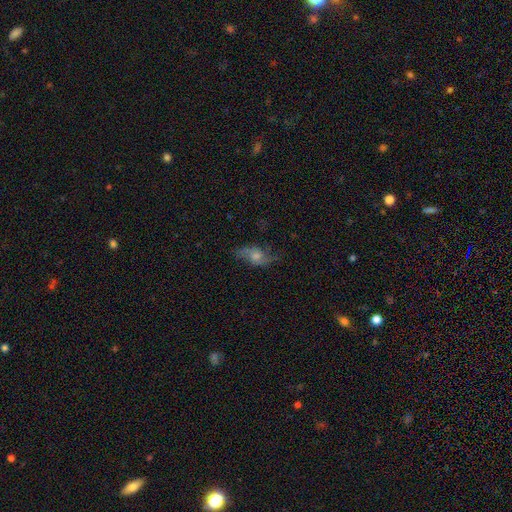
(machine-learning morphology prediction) Overall: featured or disk (63%; smooth 24%). Edge-on disk: no (86%). Bar: no (70%). Spiral arms: yes (85%). Bulge size: moderate (50%; small 31%). Merging: none (66%).